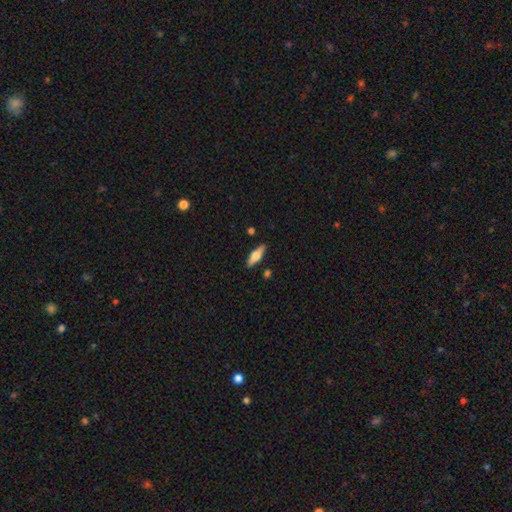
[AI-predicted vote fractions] Smooth or featured: smooth — 51% (featured or disk — 43%)
How rounded: in between — 50% (cigar-shaped — 48%)
Merging: none — 87% (minor disturbance — 9%)